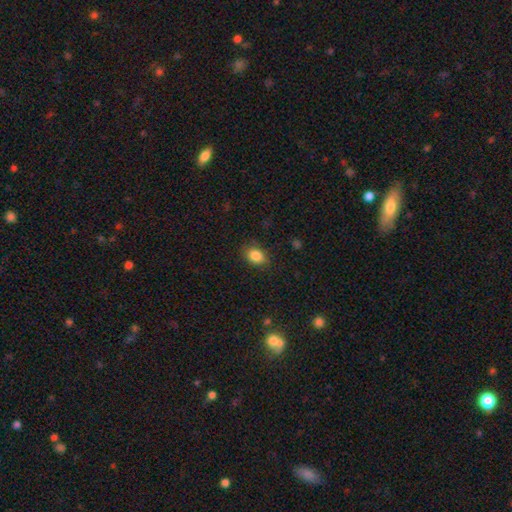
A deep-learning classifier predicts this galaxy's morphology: smooth-or-featured: smooth: 85% | star or artifact: 9% | featured or disk: 5%
  how-rounded: in between: 66% | round: 33% | cigar-shaped: 1%
  merging: none: 82% | minor disturbance: 13% | major disturbance: 3% | merger: 1%